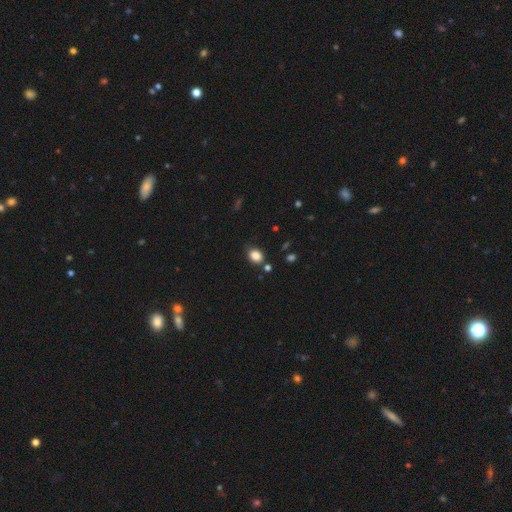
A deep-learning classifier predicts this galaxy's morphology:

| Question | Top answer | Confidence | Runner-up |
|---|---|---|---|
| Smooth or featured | smooth | 85% | star or artifact (10%) |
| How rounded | in between | 60% | round (39%) |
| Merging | none | 76% | minor disturbance (15%) |